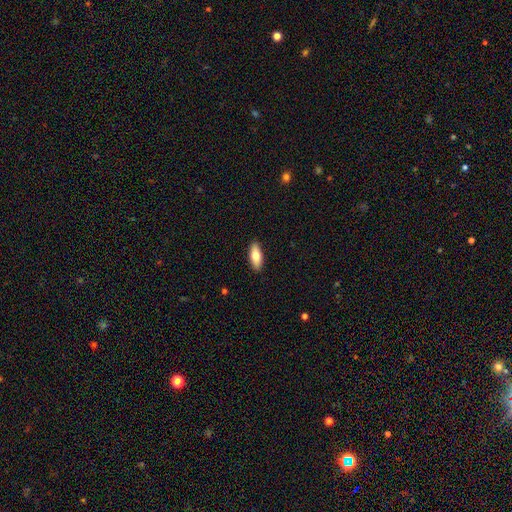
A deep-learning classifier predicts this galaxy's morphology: smooth 77%, featured or disk 17%, star or artifact 6%. Down the decision tree: how rounded — in between (79%); merging — none (90%).